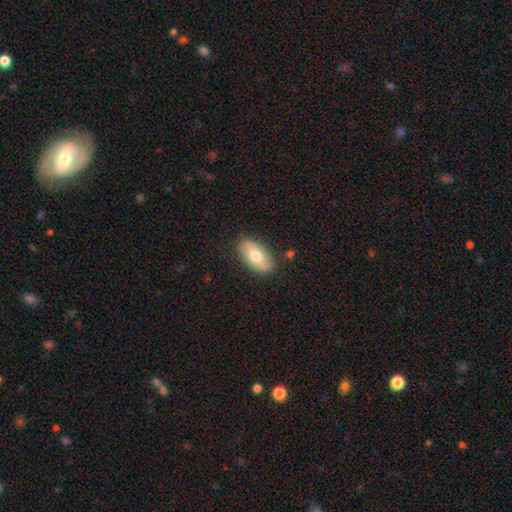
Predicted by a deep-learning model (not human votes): This is likely a smooth galaxy (69%). How rounded: clearly in between (92%). Merging: clearly none (83%).